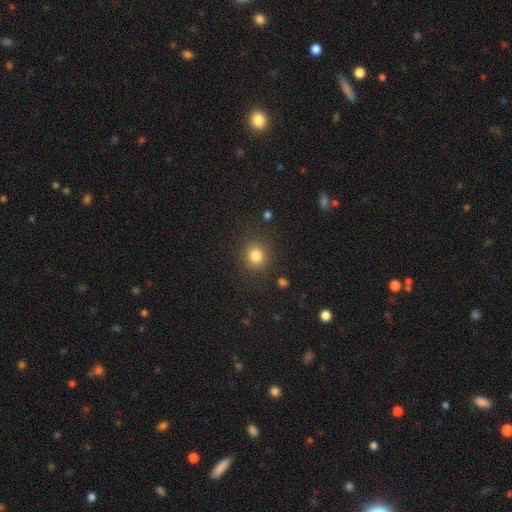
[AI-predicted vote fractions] A smooth galaxy with no disk features (82%) that is round (87%). Merging: none (86%).